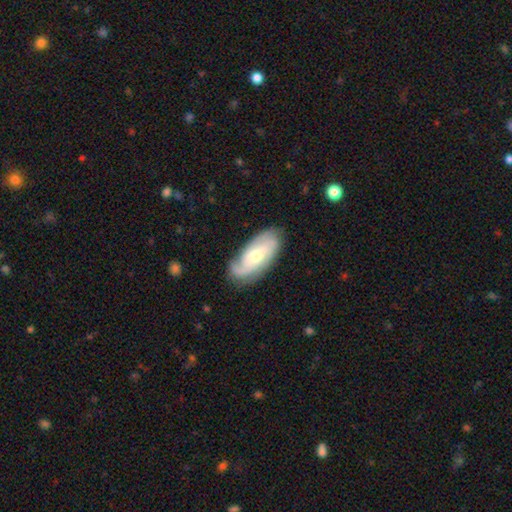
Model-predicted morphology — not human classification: type=featured or disk (75%); edge-on=no (93%); bar=no (55%); spiral arms=yes (94%); winding=tight (45%); arm count=2 (40%); bulge=moderate (55%); merging=none (77%).